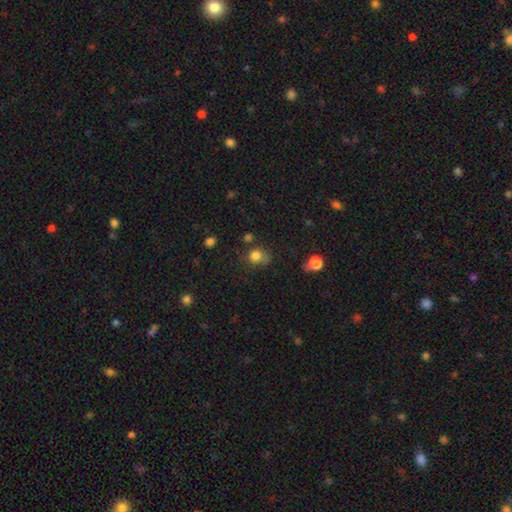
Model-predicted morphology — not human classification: Smooth or featured?
  - smooth: 80% *
  - star or artifact: 13%
  - featured or disk: 7%
How rounded?
  - round: 76% *
  - in between: 23%
  - cigar-shaped: 1%
Merging?
  - none: 58% *
  - minor disturbance: 25%
  - major disturbance: 11%
  - merger: 6%